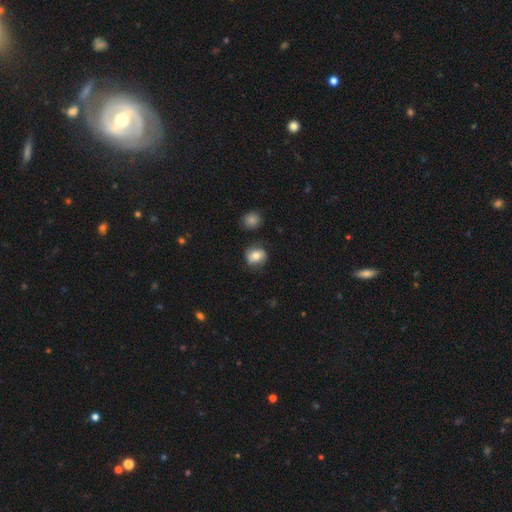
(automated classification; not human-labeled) A smooth galaxy with no disk features (68%) that is round (61%).

Vote fractions:
- Smooth or featured? smooth: 68% / featured or disk: 24% / star or artifact: 9%
- How rounded? round: 61% / in between: 38% / cigar-shaped: 1%
- Merging? none: 72% / minor disturbance: 19% / major disturbance: 6% / merger: 3%